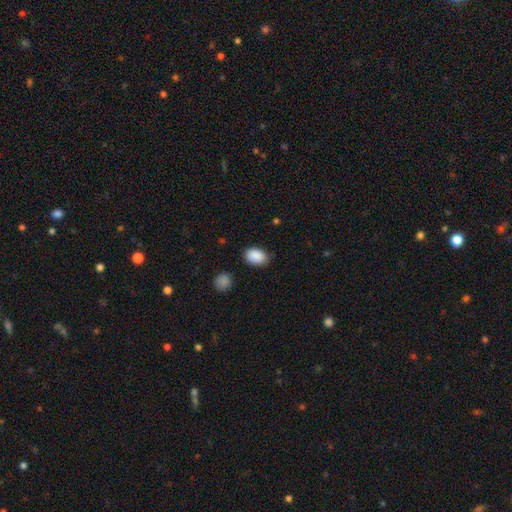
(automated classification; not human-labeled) Smooth or featured? smooth (90%)
How rounded? in between (84%)
Merging? none (83%)